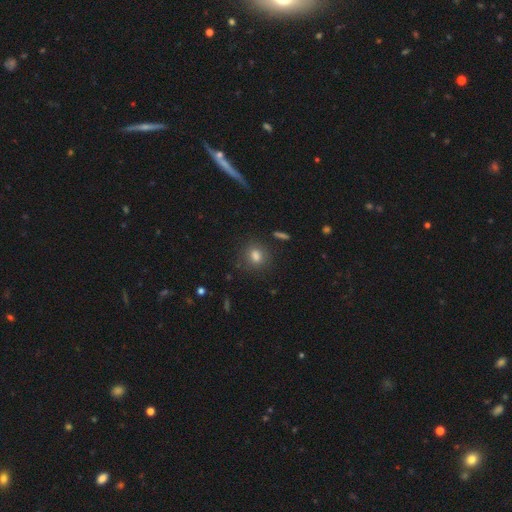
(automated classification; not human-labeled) This appears to be a smooth galaxy with no disk features (80%) that is round (67%). Merging: none (84%).